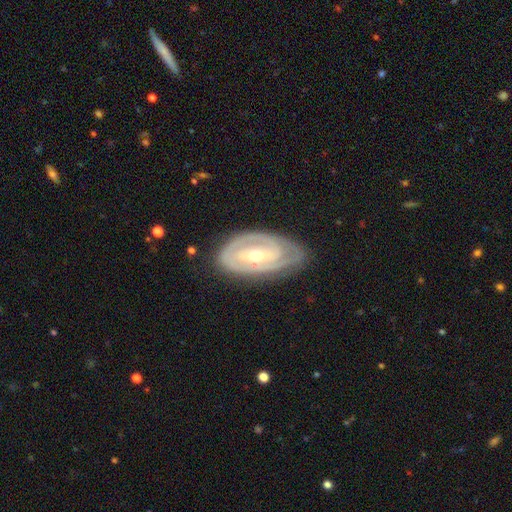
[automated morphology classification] smooth-or-featured: featured or disk: 83% | smooth: 12% | star or artifact: 5%
  disk-edge-on: no: 94% | yes: 6%
    bar: weak: 38% | no: 34% | strong: 28%
    has-spiral-arms: yes: 88% | no: 12%
      spiral-winding: tight: 72% | medium: 22% | loose: 6%
      spiral-arm-count: 2: 45% | can't tell: 30% | 3: 12% | 1: 8% | 4: 3% | more than 4: 3%
    bulge-size: moderate: 51% | small: 46% | large: 2% | none: 1% | dominant: 1%
  merging: none: 73% | minor disturbance: 20% | major disturbance: 6% | merger: 1%